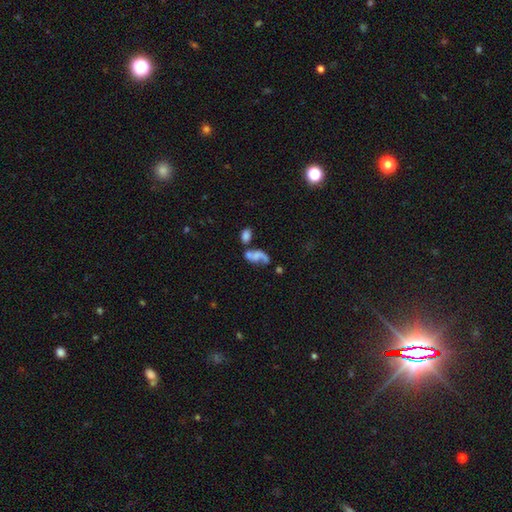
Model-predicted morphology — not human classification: smooth-or-featured: featured or disk: 44% (tied) | smooth: 44% (tied) | star or artifact: 12%
  merging: merger: 47% | none: 21% | major disturbance: 20% | minor disturbance: 12%